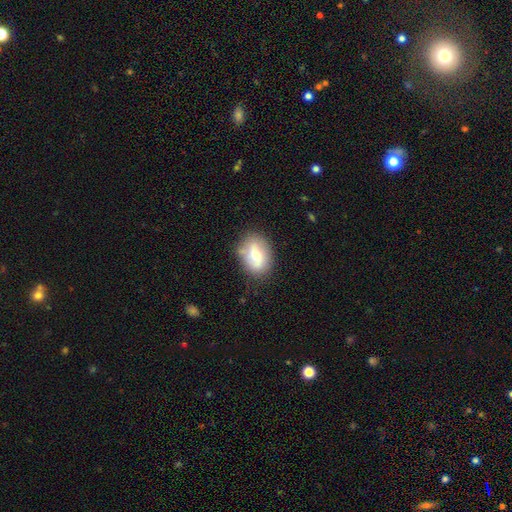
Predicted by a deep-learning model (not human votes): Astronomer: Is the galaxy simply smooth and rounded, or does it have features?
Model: smooth — 68%.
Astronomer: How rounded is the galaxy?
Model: in between — 78%.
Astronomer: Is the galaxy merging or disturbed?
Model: none — 67%.